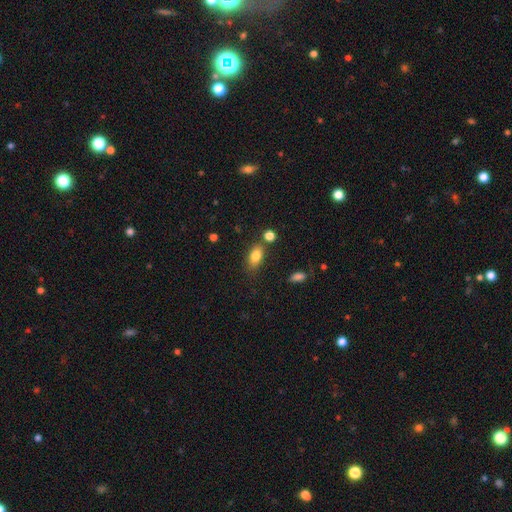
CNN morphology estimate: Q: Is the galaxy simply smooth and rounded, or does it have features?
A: smooth — 82%.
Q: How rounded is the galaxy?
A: in between — 86%.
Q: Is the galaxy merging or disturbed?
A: none — 70%.